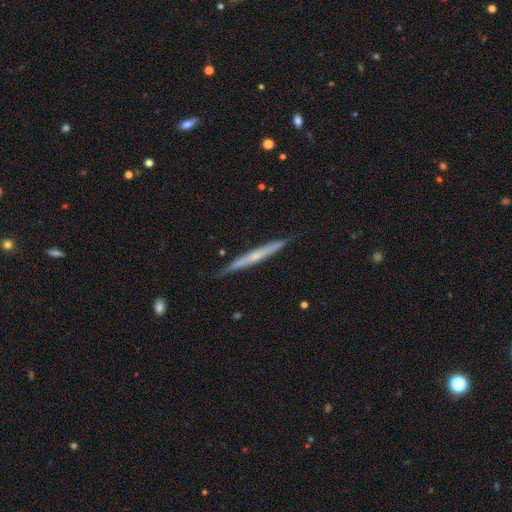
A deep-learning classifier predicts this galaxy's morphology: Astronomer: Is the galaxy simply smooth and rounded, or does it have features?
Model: featured or disk — 60%.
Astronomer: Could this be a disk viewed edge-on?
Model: yes — 97%.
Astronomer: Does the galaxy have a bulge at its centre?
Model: none — 59% (runner-up: rounded, 36%).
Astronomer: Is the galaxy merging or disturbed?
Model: none — 86%.